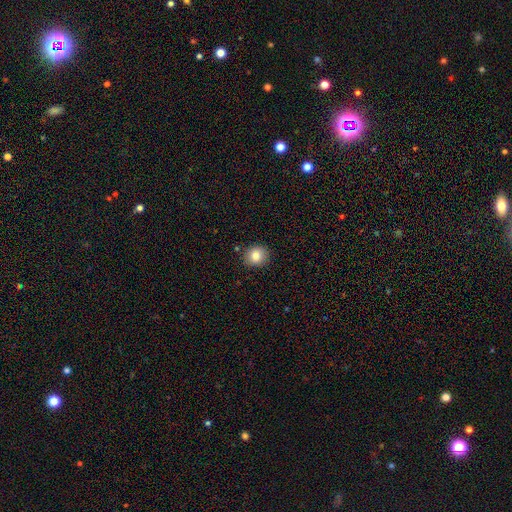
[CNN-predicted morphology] Smooth or featured? smooth (82%)
How rounded? round (81%)
Merging? none (88%)